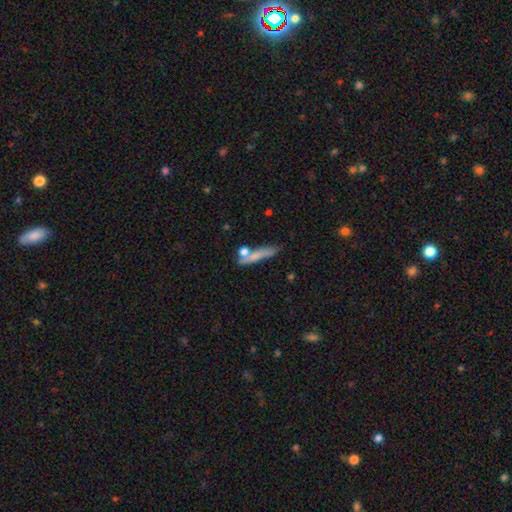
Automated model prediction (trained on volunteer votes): smooth 66%, featured or disk 25%, star or artifact 9%. Down the decision tree: how rounded — cigar-shaped (85%); merging — none (62%).